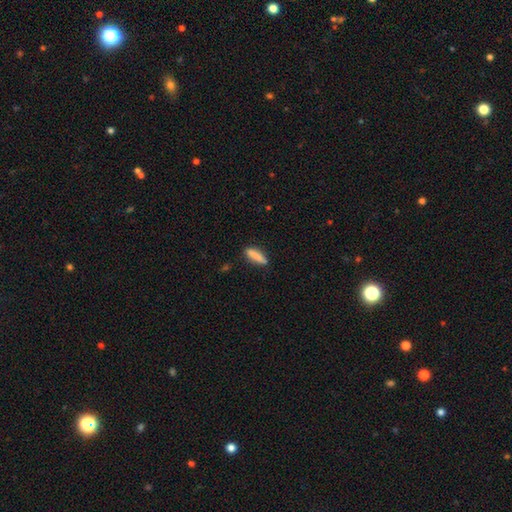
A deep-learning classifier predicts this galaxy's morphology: type=smooth (84%); roundness=cigar-shaped (68%); merging=none (82%).